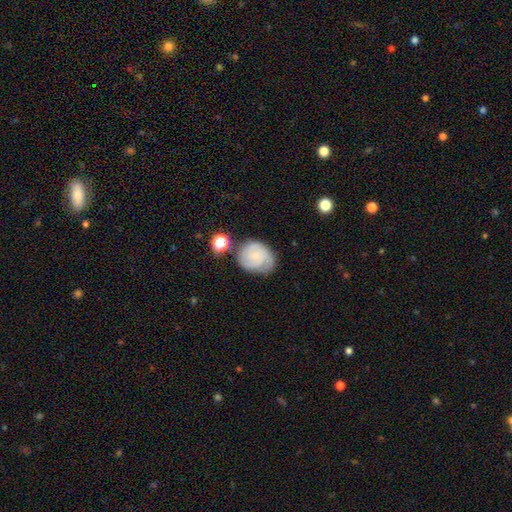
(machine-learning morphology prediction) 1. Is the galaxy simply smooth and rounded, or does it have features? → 63% featured or disk, 29% smooth, 8% star or artifact.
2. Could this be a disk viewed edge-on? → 98% no, 2% yes.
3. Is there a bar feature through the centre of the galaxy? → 71% no, 25% weak, 4% strong.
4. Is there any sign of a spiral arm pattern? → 92% yes, 8% no.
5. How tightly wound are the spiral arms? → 59% tight, 32% medium, 9% loose.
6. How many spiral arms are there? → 30% 2, 28% can't tell, 28% 3, 6% 4, 5% 1, 4% more than 4.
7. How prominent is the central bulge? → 64% small, 22% none, 11% moderate, 2% large, 1% dominant.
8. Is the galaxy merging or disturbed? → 63% none, 23% minor disturbance, 8% major disturbance, 6% merger.